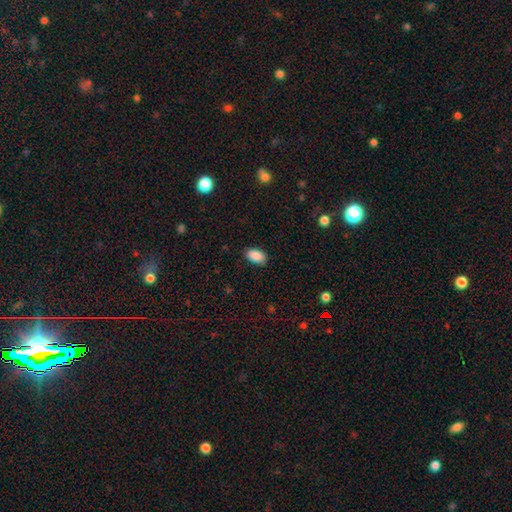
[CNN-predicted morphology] type=smooth (90%); roundness=in between (92%); merging=none (86%).